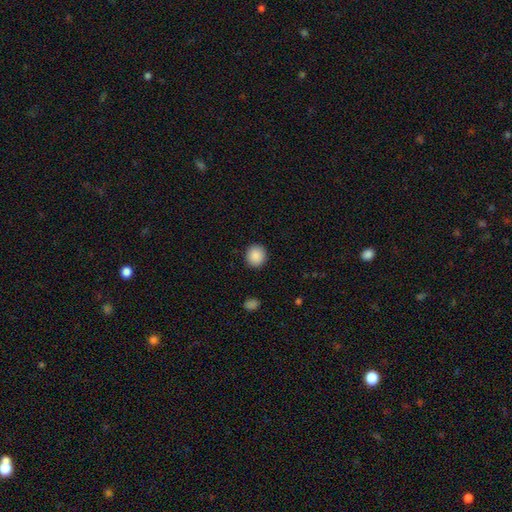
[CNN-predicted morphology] Smooth or featured?
  - smooth: 89% *
  - star or artifact: 8%
  - featured or disk: 3%
How rounded?
  - round: 90% *
  - in between: 9%
  - cigar-shaped: 1%
Merging?
  - none: 92% *
  - minor disturbance: 5%
  - major disturbance: 2%
  - merger: 1%